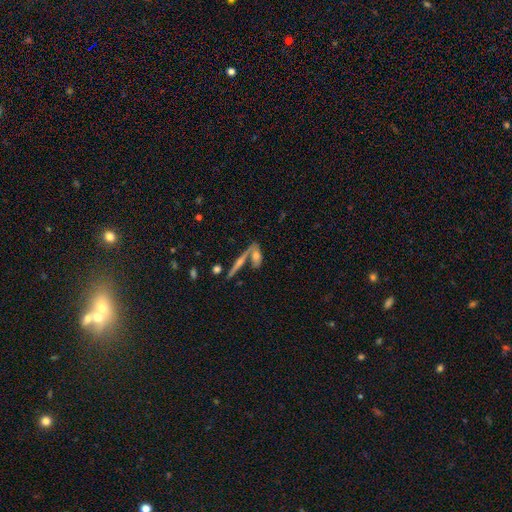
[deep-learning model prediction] Smooth or featured?
  - smooth: 46% *
  - featured or disk: 44%
  - star or artifact: 10%
Merging?
  - none: 50% *
  - merger: 34%
  - minor disturbance: 11%
  - major disturbance: 5%